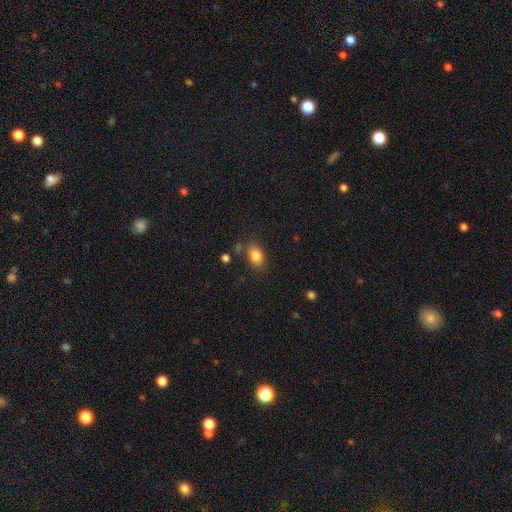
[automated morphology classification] Overall: smooth (84%). How rounded: in between (79%). Merging: none (77%).